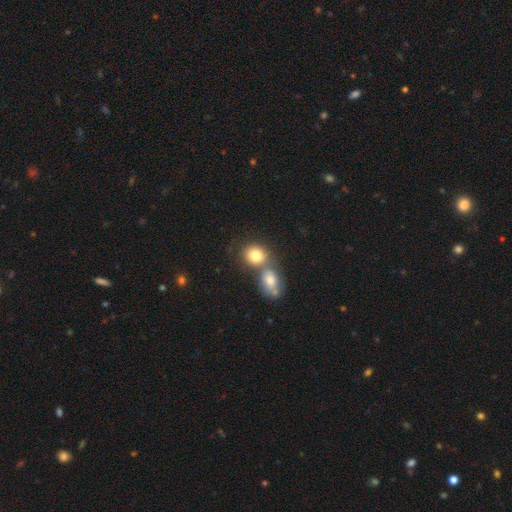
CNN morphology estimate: Smooth or featured: smooth — 79% (featured or disk — 11%)
How rounded: round — 69% (in between — 30%)
Merging: merger — 47% (none — 41%)